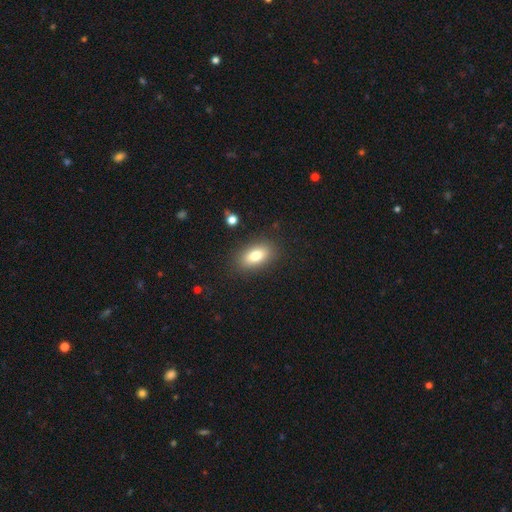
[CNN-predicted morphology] smooth-or-featured: smooth: 79% | featured or disk: 13% | star or artifact: 8%
  how-rounded: in between: 88% | round: 7% | cigar-shaped: 5%
  merging: none: 86% | minor disturbance: 9% | major disturbance: 3% | merger: 2%